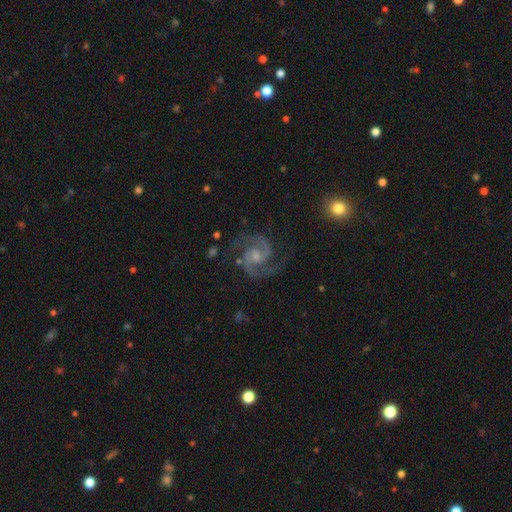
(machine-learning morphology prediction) type=featured or disk (92%); edge-on=no (98%); bar=no (49%); spiral arms=yes (99%); winding=medium (63%); arm count=2 (92%); bulge=small (52%); merging=none (80%).